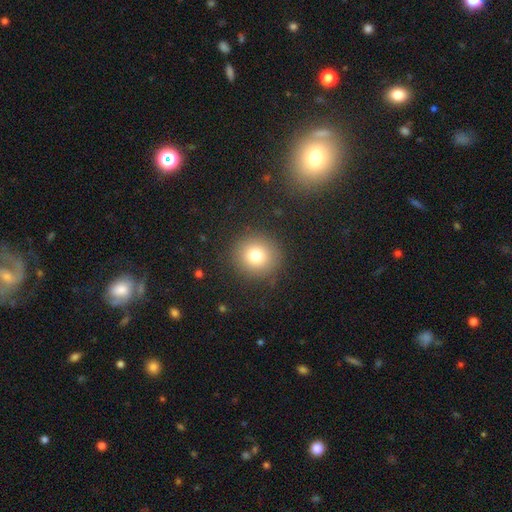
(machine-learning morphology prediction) Overall: smooth (77%). How rounded: round (92%). Merging: none (89%).